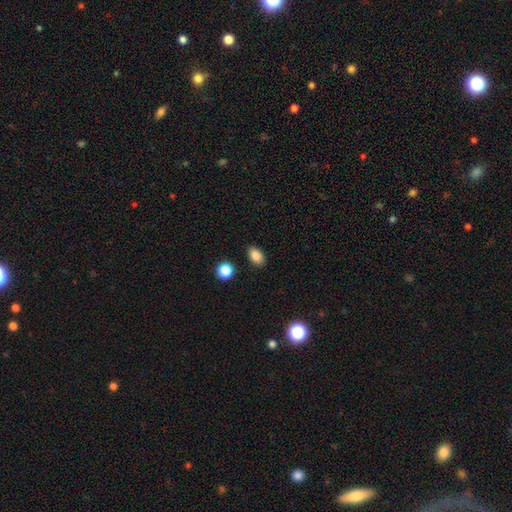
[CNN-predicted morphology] Overall: smooth (84%). How rounded: in between (87%). Merging: none (87%).